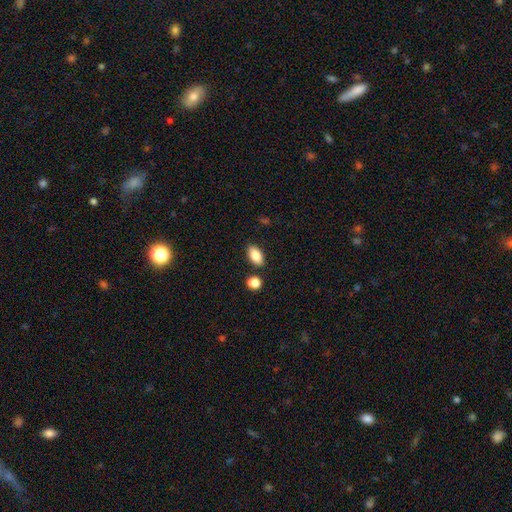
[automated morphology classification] Smooth or featured: smooth — 86% (star or artifact — 8%)
How rounded: in between — 91% (round — 5%)
Merging: none — 84% (minor disturbance — 9%)